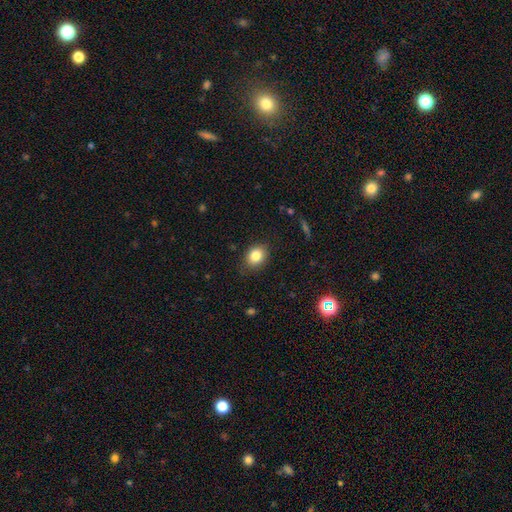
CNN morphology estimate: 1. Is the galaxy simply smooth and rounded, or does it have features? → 83% smooth, 10% star or artifact, 7% featured or disk.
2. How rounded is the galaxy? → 53% in between, 46% round, 1% cigar-shaped.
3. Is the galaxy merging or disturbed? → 83% none, 13% minor disturbance, 3% major disturbance, 1% merger.